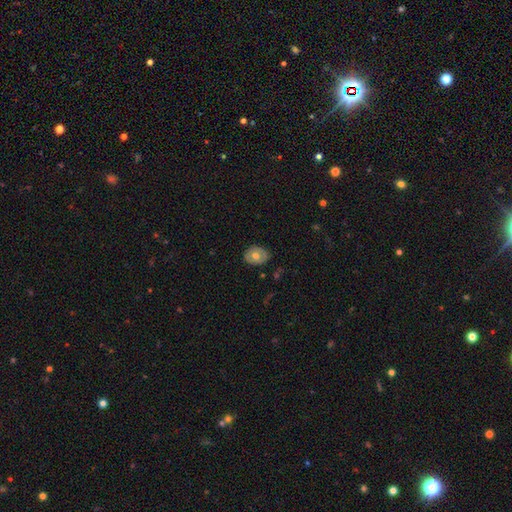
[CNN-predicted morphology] Smooth or featured? Predicted: smooth (p=0.54). How rounded? Predicted: in between (p=0.61). Merging? Predicted: none (p=0.81).